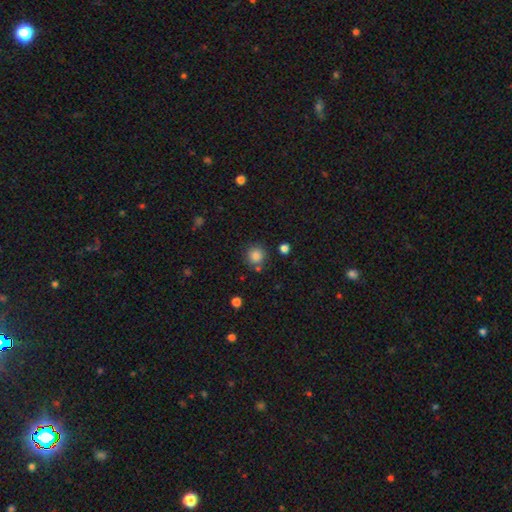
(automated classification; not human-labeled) Overall: smooth (85%). How rounded: round (92%). Merging: none (81%).